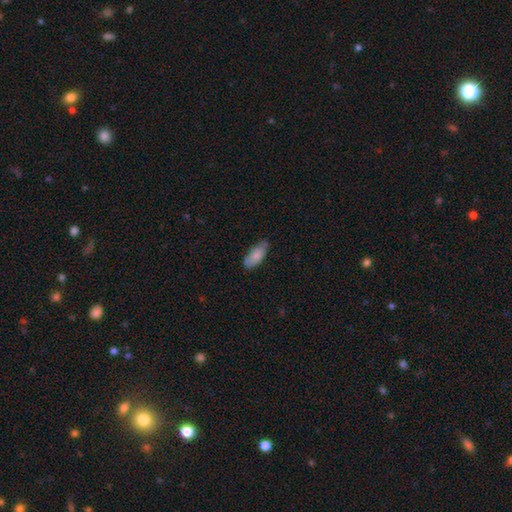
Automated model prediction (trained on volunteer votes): smooth_or_featured: smooth (p=0.82) [alt: featured or disk p=0.12]
how_rounded: in between (p=0.84) [alt: cigar-shaped p=0.14]
merging: none (p=0.63) [alt: minor disturbance p=0.30]